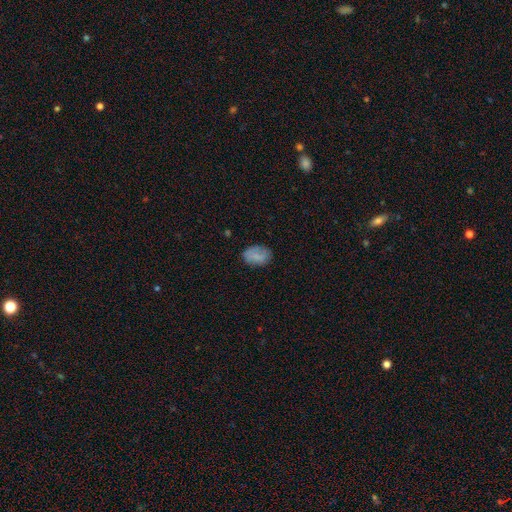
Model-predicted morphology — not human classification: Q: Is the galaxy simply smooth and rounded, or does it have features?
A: smooth — 74%.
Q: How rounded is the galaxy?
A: in between — 80%.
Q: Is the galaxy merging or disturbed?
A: none — 74%.